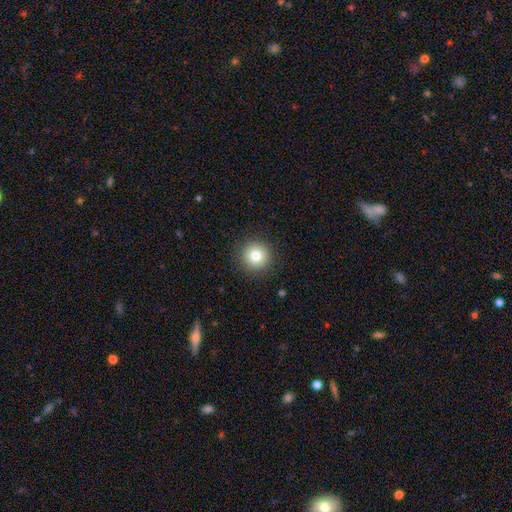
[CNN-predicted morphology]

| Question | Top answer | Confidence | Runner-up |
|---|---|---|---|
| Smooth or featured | smooth | 80% | star or artifact (11%) |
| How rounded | round | 95% | in between (4%) |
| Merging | none | 91% | minor disturbance (6%) |